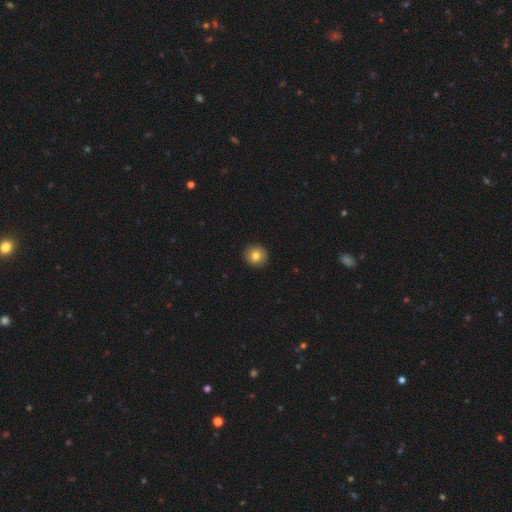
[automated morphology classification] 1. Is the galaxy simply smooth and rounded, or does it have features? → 81% smooth, 10% star or artifact, 9% featured or disk.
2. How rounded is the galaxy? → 91% round, 8% in between, 1% cigar-shaped.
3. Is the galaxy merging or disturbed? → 93% none, 5% minor disturbance, 1% major disturbance, 1% merger.